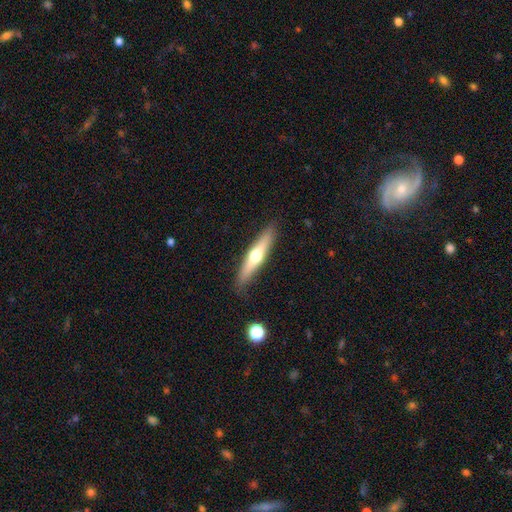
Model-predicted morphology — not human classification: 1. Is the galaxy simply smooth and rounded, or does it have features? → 53% featured or disk, 41% smooth, 6% star or artifact.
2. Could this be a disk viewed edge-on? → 93% yes, 7% no.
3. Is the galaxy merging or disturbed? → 88% none, 9% minor disturbance, 2% major disturbance, 1% merger.